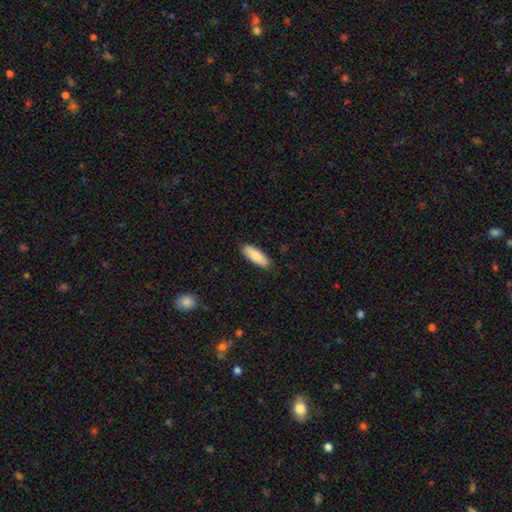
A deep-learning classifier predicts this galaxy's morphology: smooth_or_featured: smooth (p=0.83) [alt: featured or disk p=0.12]
how_rounded: in between (p=0.62) [alt: cigar-shaped p=0.36]
merging: none (p=0.87) [alt: minor disturbance p=0.10]